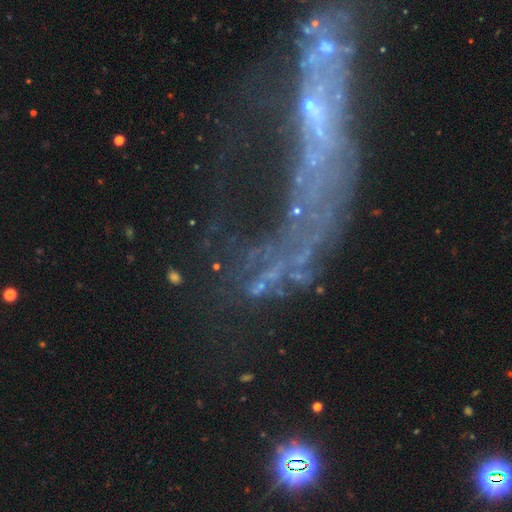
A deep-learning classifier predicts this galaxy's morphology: Smooth or featured: featured or disk — 48% (star or artifact — 33%)
Merging: major disturbance — 41% (none — 28%)